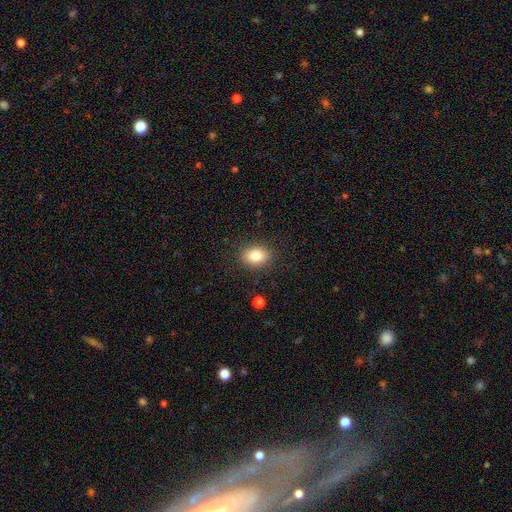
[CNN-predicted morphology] The model was most divided on "how rounded": in between: 71%, round: 28%, cigar-shaped: 1%. More confident: merging — none (87%); smooth or featured — smooth (83%).